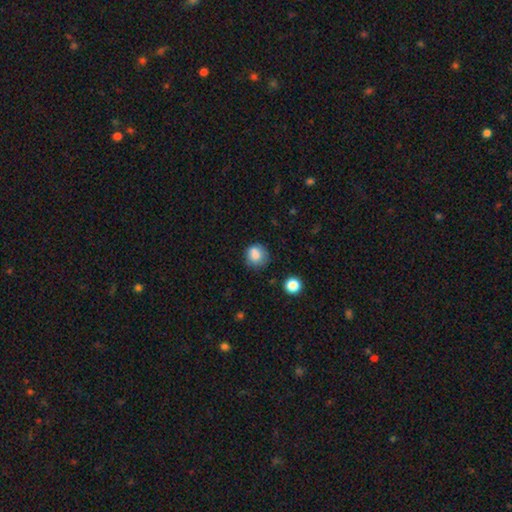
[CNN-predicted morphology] The model was most divided on "merging": none: 67%, minor disturbance: 21%, merger: 7%, major disturbance: 6%. More confident: how rounded — round (86%); smooth or featured — smooth (82%).